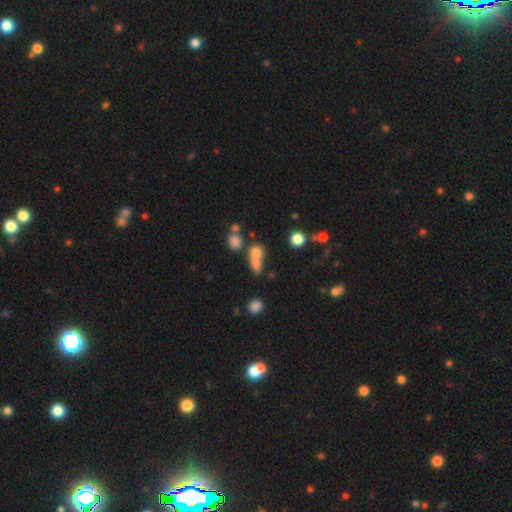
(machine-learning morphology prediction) smooth-or-featured: smooth: 71% | star or artifact: 15% | featured or disk: 14%
  how-rounded: round: 47% | in between: 43% | cigar-shaped: 11%
  merging: merger: 52% | none: 30% | minor disturbance: 9% | major disturbance: 8%